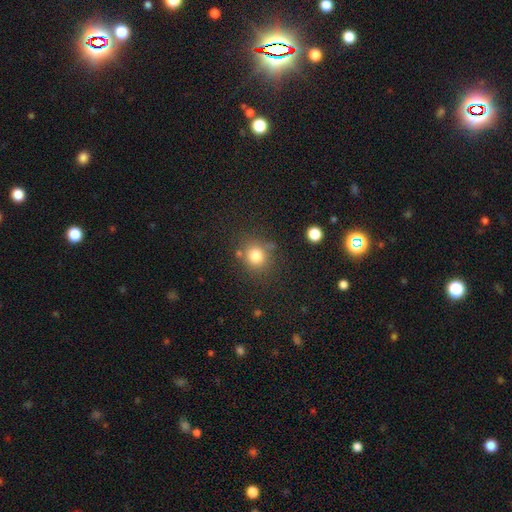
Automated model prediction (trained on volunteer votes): Smooth or featured: smooth — 80% (star or artifact — 13%)
How rounded: round — 84% (in between — 15%)
Merging: none — 74% (minor disturbance — 13%)